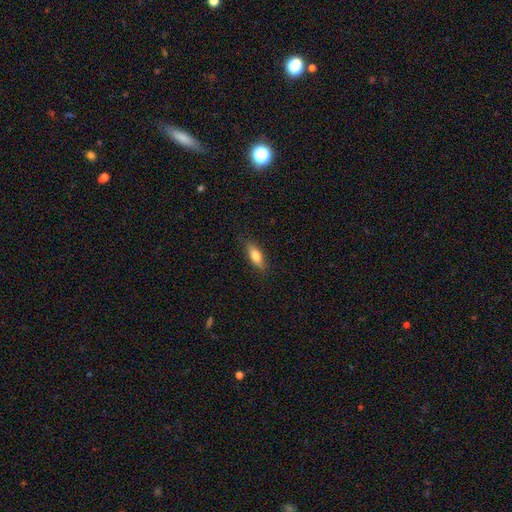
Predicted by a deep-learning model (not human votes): This is likely a smooth galaxy (78%). How rounded: likely in between (70%). Merging: clearly none (86%).